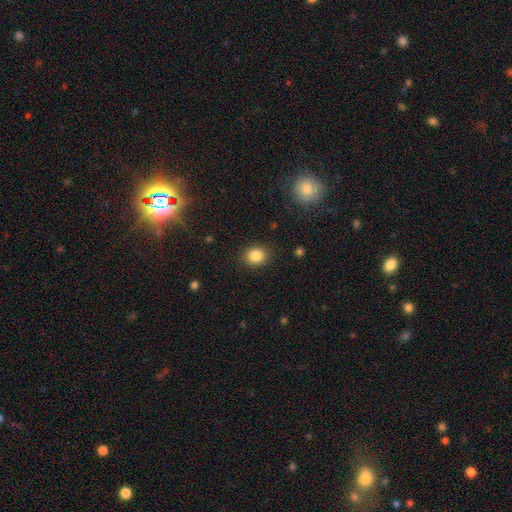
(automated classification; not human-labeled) smooth_or_featured: smooth (p=0.86) [alt: star or artifact p=0.09]
how_rounded: round (p=0.64) [alt: in between p=0.36]
merging: none (p=0.88) [alt: minor disturbance p=0.08]